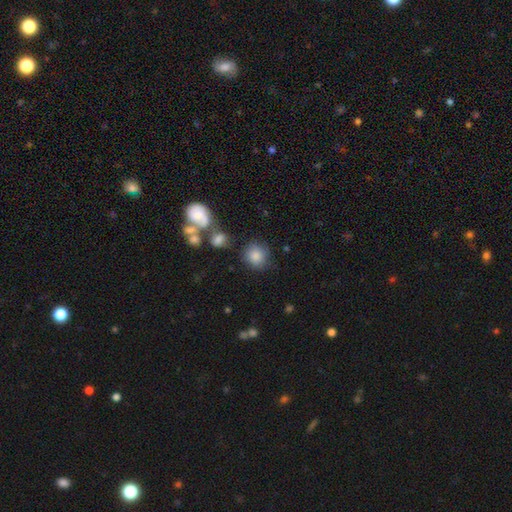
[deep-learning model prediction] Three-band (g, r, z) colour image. It shows a smooth galaxy with no disk features (81%) that is round (83%). Merging: none (71%).